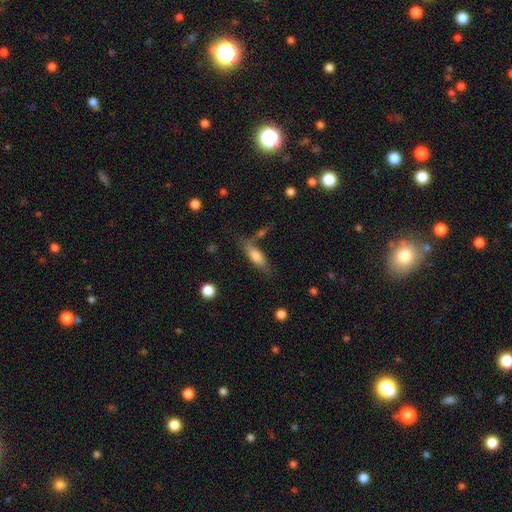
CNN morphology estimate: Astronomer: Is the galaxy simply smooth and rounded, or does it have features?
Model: smooth — 70%.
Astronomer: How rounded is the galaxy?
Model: in between — 52% (runner-up: cigar-shaped, 45%).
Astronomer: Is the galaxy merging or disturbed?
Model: none — 64%.